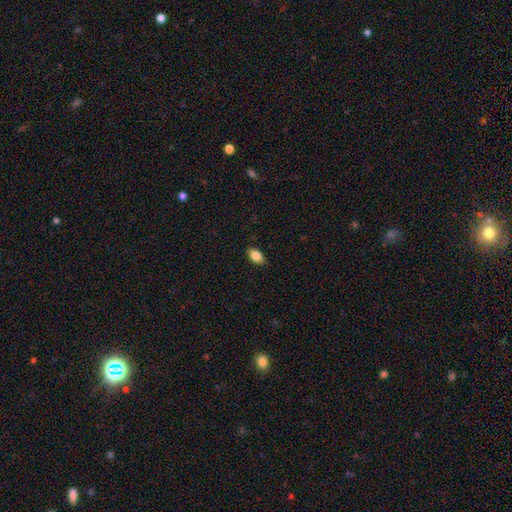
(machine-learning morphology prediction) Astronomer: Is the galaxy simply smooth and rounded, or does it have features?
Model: smooth — 83%.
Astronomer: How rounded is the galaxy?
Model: in between — 89%.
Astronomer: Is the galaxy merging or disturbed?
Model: none — 87%.